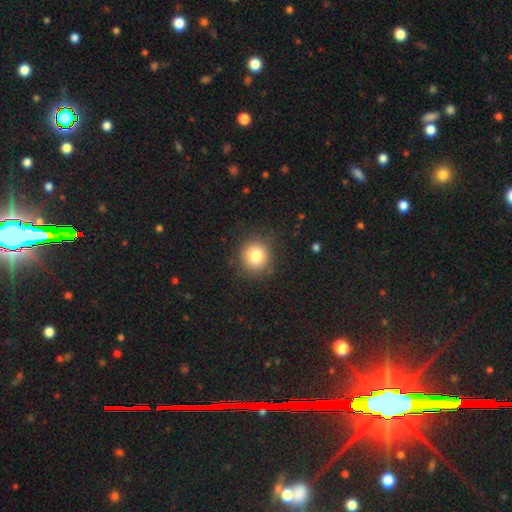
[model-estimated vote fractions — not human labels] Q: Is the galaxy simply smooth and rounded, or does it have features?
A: smooth — 81%.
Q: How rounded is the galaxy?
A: round — 91%.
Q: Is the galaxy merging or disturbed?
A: none — 86%.